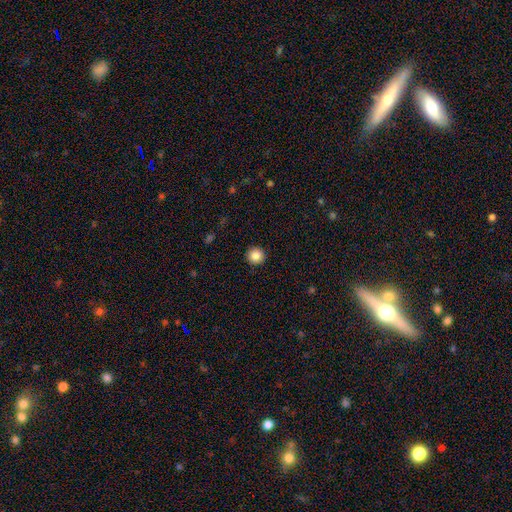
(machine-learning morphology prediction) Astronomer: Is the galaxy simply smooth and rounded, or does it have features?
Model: smooth — 85%.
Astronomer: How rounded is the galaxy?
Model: round — 95%.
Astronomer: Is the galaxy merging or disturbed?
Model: none — 93%.